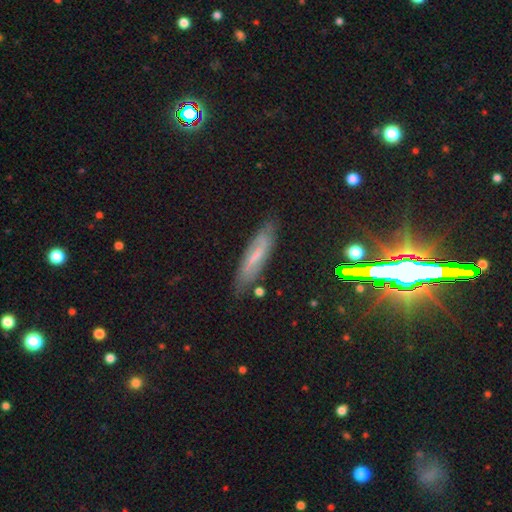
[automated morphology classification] type=featured or disk (52%); edge-on=no (58%); merging=none (78%).